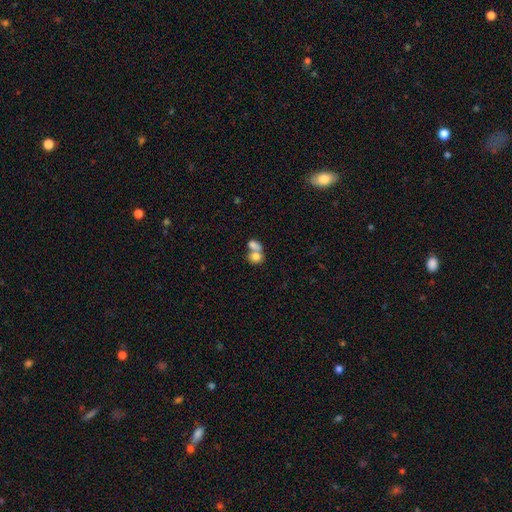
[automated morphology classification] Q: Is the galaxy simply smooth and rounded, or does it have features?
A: smooth — 78%.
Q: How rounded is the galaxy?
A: round — 50%.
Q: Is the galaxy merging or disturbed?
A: merger — 66%.